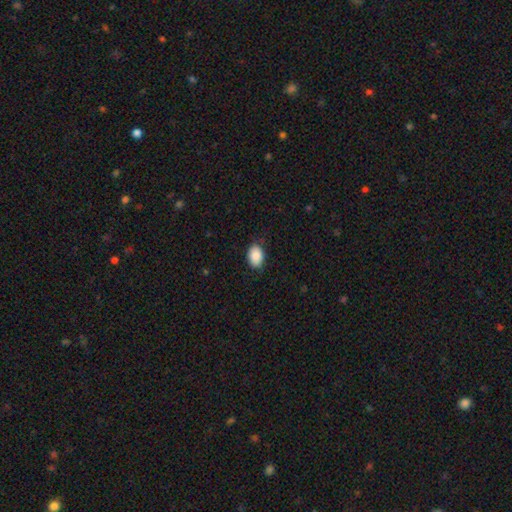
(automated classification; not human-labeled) smooth_or_featured: smooth (p=0.88) [alt: star or artifact p=0.07]
how_rounded: in between (p=0.81) [alt: round p=0.17]
merging: none (p=0.81) [alt: minor disturbance p=0.16]